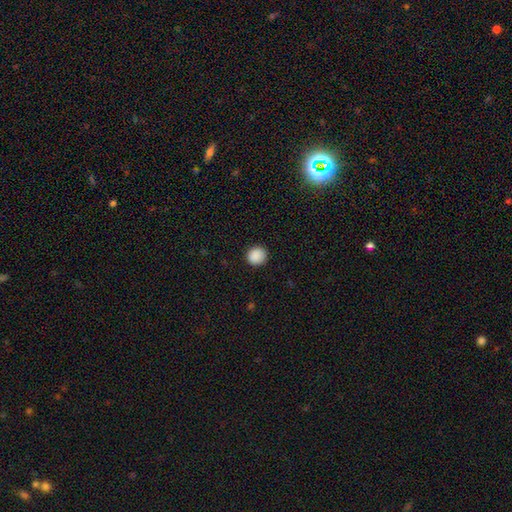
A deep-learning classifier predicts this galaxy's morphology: The model was most divided on "smooth or featured": smooth: 89%, star or artifact: 9%, featured or disk: 2%. More confident: merging — none (90%); how rounded — round (90%).